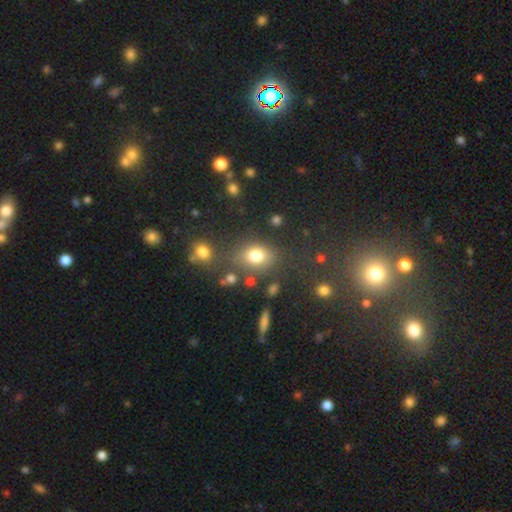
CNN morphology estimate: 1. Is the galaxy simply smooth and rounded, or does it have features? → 76% smooth, 14% star or artifact, 9% featured or disk.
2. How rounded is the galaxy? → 55% in between, 43% round, 2% cigar-shaped.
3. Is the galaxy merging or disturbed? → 66% none, 15% minor disturbance, 11% merger, 7% major disturbance.